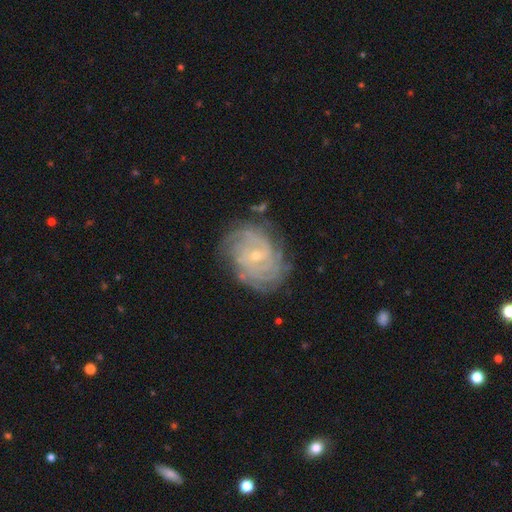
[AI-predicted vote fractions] Q: Smooth or featured?
A: featured or disk (86%); runner-up: smooth (7%)
Q: Edge-on disk?
A: no (97%); runner-up: yes (3%)
Q: Bar?
A: no (54%); runner-up: weak (37%)
Q: Spiral arms?
A: yes (97%); runner-up: no (3%)
Q: Spiral winding?
A: tight (76%); runner-up: medium (20%)
Q: Spiral arm count?
A: can't tell (32%); runner-up: 4 (21%)
Q: Bulge size?
A: small (76%); runner-up: moderate (21%)
Q: Merging?
A: none (78%); runner-up: minor disturbance (15%)